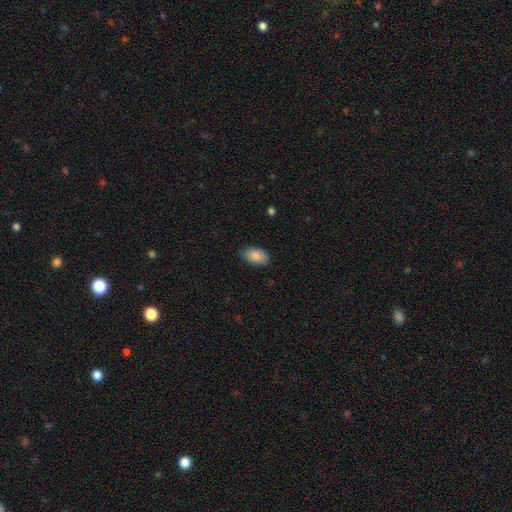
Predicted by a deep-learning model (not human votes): smooth_or_featured: smooth (p=0.88) [alt: star or artifact p=0.06]
how_rounded: in between (p=0.94) [alt: round p=0.04]
merging: none (p=0.86) [alt: minor disturbance p=0.11]